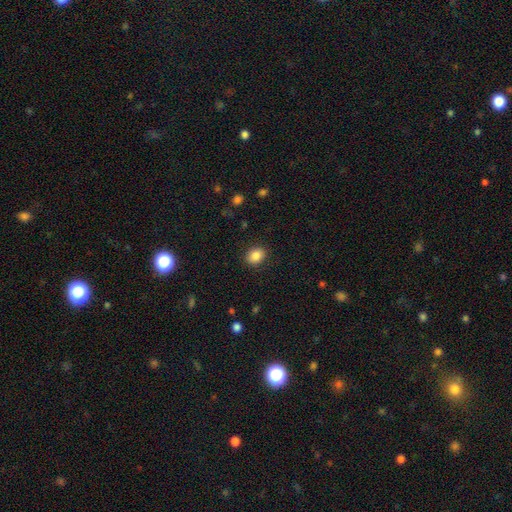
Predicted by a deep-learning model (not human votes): Smooth or featured? smooth (86%)
How rounded? in between (53%)
Merging? none (88%)